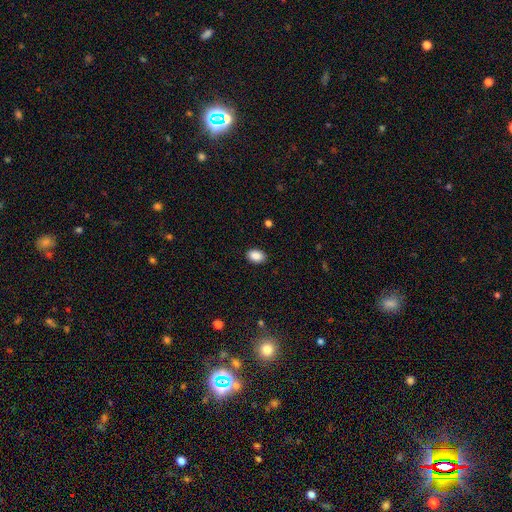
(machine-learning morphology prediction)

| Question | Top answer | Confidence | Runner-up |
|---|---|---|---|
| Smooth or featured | smooth | 89% | star or artifact (8%) |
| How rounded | in between | 84% | round (15%) |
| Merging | none | 89% | minor disturbance (8%) |